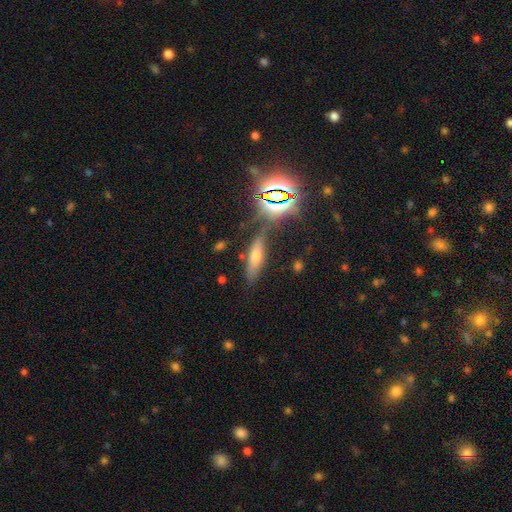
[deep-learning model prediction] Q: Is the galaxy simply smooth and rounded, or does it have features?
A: smooth — 45%.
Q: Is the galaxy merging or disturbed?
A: none — 75%.